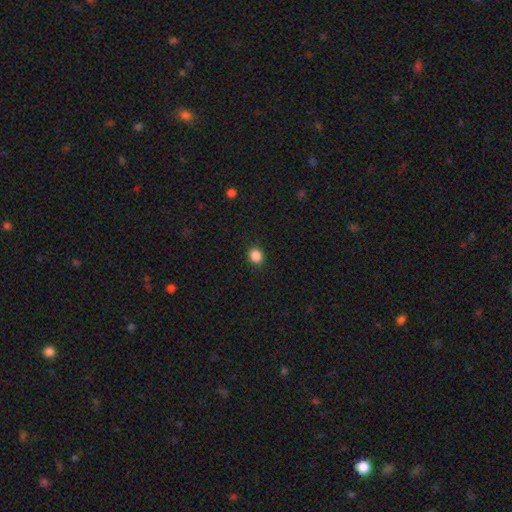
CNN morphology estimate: A smooth galaxy with no disk features (87%) that is round (79%).

Vote fractions:
- Smooth or featured? smooth: 87% / star or artifact: 11% / featured or disk: 3%
- How rounded? round: 79% / in between: 20% / cigar-shaped: 1%
- Merging? none: 91% / minor disturbance: 6% / major disturbance: 2% / merger: 1%